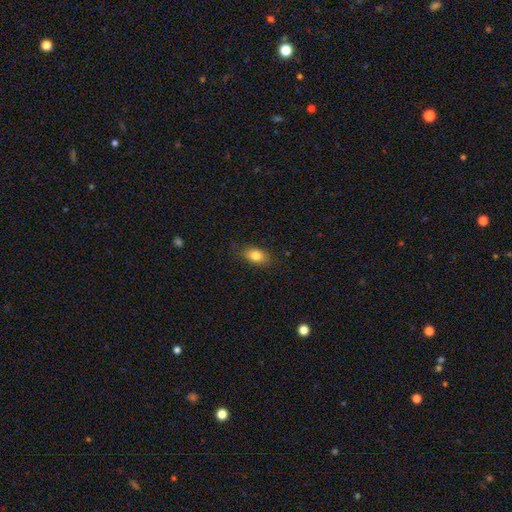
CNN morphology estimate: A smooth galaxy with no disk features (82%) that is in between round and cigar-shaped (84%).

Vote fractions:
- Smooth or featured? smooth: 82% / featured or disk: 10% / star or artifact: 8%
- How rounded? in between: 84% / round: 12% / cigar-shaped: 4%
- Merging? none: 80% / minor disturbance: 16% / major disturbance: 3% / merger: 1%